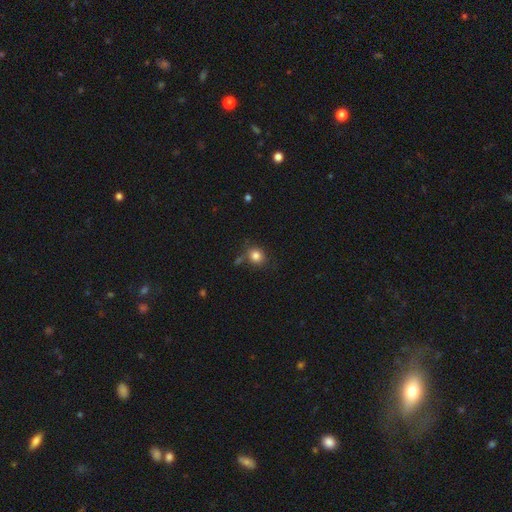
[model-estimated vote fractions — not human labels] smooth 83%, star or artifact 11%, featured or disk 6%. Down the decision tree: how rounded — round (72%); merging — none (73%).